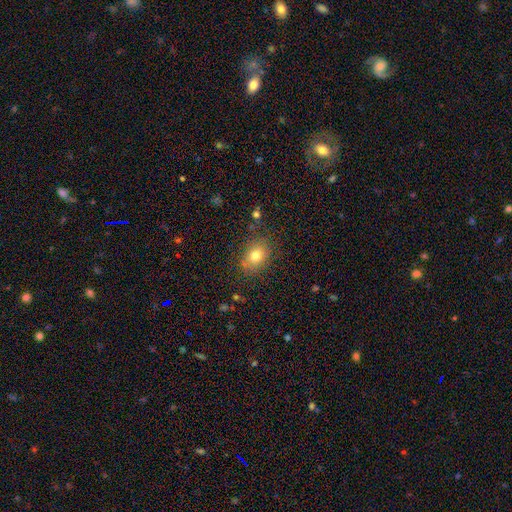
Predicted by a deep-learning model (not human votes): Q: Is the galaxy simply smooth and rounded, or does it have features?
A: smooth — 78%.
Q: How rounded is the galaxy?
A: in between — 62%.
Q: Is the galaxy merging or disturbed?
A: none — 79%.